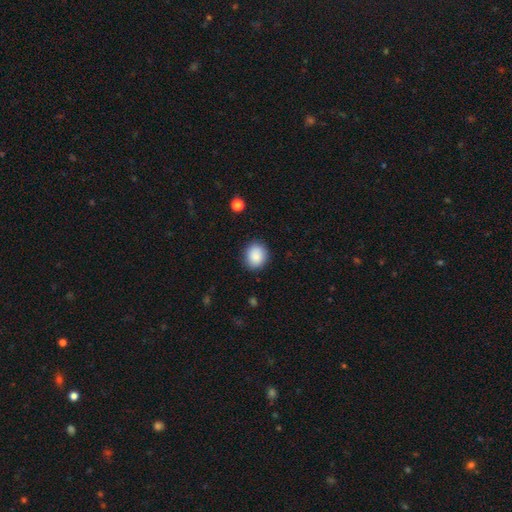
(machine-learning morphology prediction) A smooth galaxy with no disk features (88%) that is round (74%).

Vote fractions:
- Smooth or featured? smooth: 88% / star or artifact: 8% / featured or disk: 4%
- How rounded? round: 74% / in between: 25% / cigar-shaped: 1%
- Merging? none: 87% / minor disturbance: 9% / major disturbance: 2% / merger: 1%